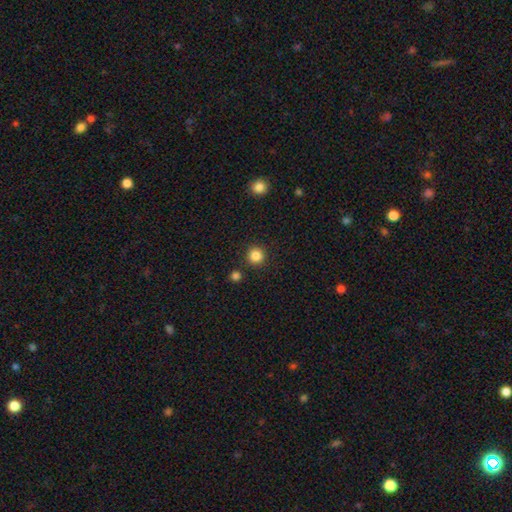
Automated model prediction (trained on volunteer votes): Morphology: type=smooth (85%); roundness=round (95%); merging=none (90%).